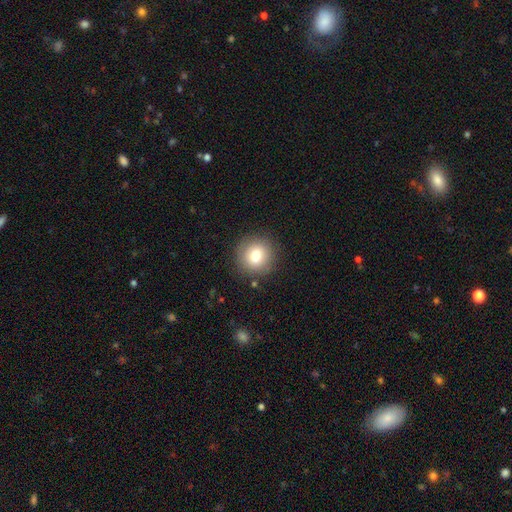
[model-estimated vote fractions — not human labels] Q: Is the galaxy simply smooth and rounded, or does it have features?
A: smooth — 79%.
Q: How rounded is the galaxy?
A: round — 92%.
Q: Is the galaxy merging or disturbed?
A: none — 87%.